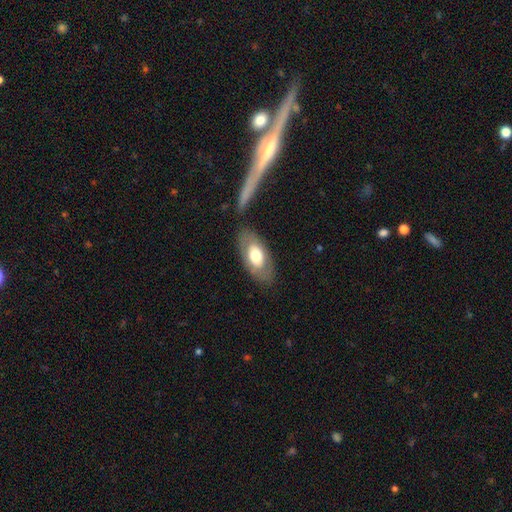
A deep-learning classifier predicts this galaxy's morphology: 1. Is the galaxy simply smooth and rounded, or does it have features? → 59% smooth, 35% featured or disk, 6% star or artifact.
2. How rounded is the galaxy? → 91% in between, 5% round, 4% cigar-shaped.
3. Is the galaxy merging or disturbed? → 77% none, 13% minor disturbance, 5% major disturbance, 4% merger.